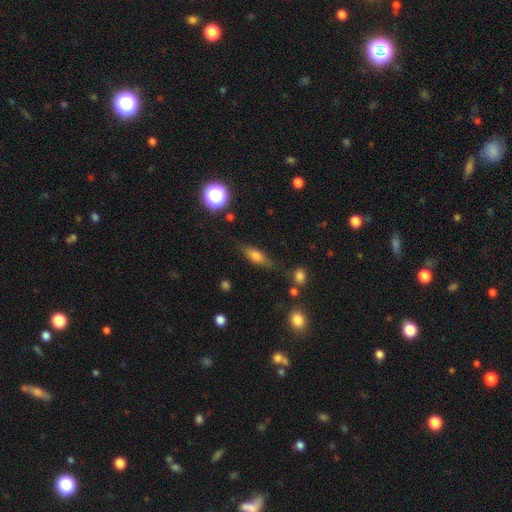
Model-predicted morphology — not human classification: smooth-or-featured: smooth: 62% | featured or disk: 28% | star or artifact: 11%
  how-rounded: in between: 57% | cigar-shaped: 36% | round: 7%
  merging: none: 74% | minor disturbance: 18% | major disturbance: 6% | merger: 3%